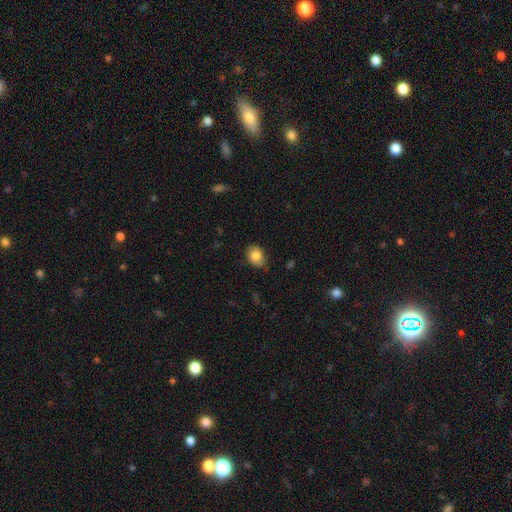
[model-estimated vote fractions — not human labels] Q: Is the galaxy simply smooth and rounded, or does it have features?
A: smooth — 81%.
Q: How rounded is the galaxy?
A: in between — 64%.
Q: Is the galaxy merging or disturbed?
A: none — 80%.